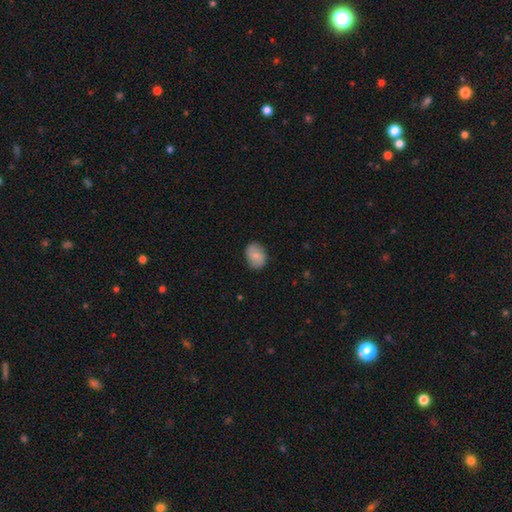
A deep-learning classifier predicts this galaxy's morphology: A smooth galaxy with no disk features (75%) that is in between round and cigar-shaped (62%). Merging: none (82%).